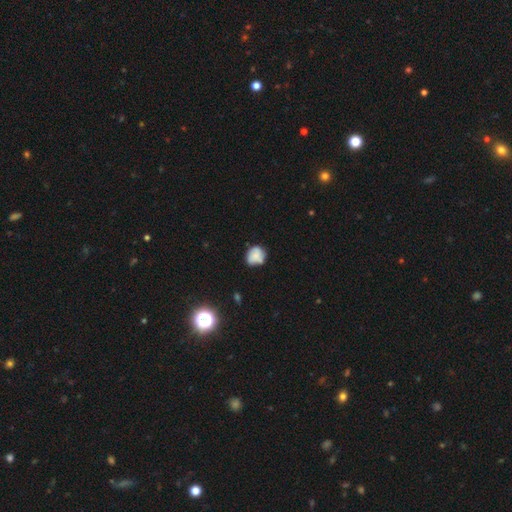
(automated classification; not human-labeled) A smooth galaxy with no disk features (70%) that is round (70%). Merging: none (56%).